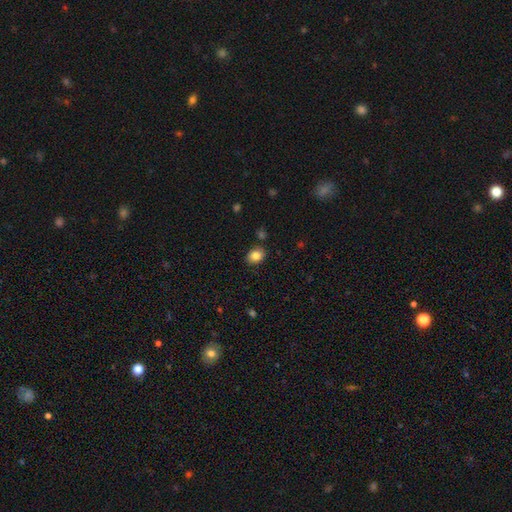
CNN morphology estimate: Overall: smooth (84%). How rounded: in between (63%; round 36%). Merging: none (85%).